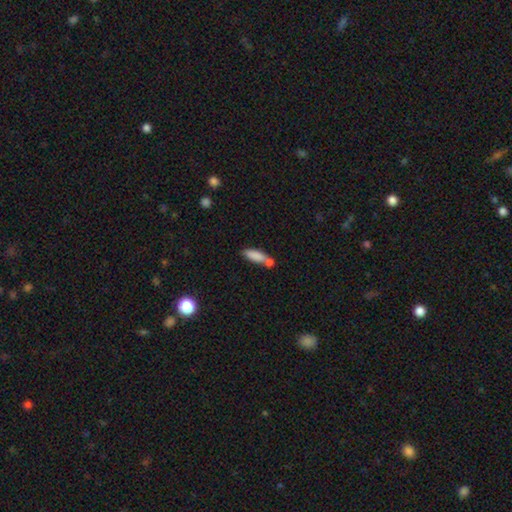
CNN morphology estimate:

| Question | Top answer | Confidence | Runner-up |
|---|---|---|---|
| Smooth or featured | smooth | 82% | featured or disk (10%) |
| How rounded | in between | 50% | cigar-shaped (48%) |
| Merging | none | 44% | merger (38%) |